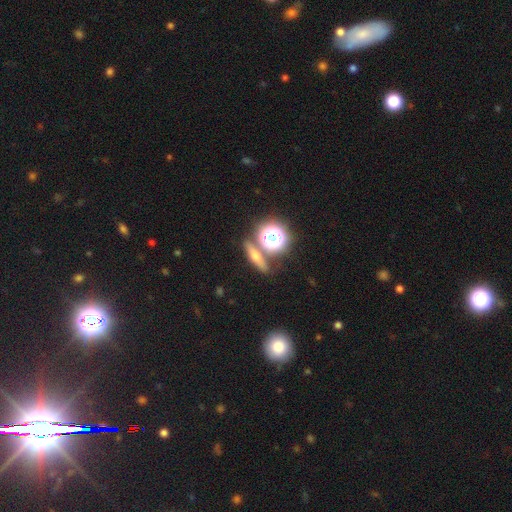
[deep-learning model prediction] smooth-or-featured: smooth: 41% | featured or disk: 35% | star or artifact: 24%
  merging: none: 77% | merger: 10% | minor disturbance: 9% | major disturbance: 4%